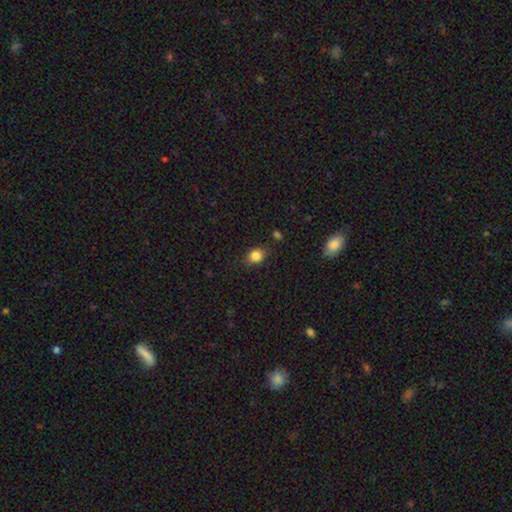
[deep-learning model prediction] This is clearly a smooth galaxy (84%). How rounded: possibly round (50%). Merging: clearly none (81%).